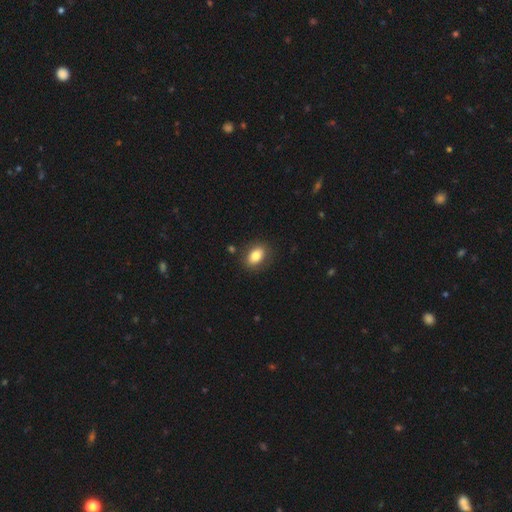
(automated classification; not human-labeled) A smooth galaxy with no disk features (83%) that is in between round and cigar-shaped (81%).

Vote fractions:
- Smooth or featured? smooth: 83% / featured or disk: 9% / star or artifact: 8%
- How rounded? in between: 81% / round: 17% / cigar-shaped: 2%
- Merging? none: 86% / minor disturbance: 9% / major disturbance: 3% / merger: 2%